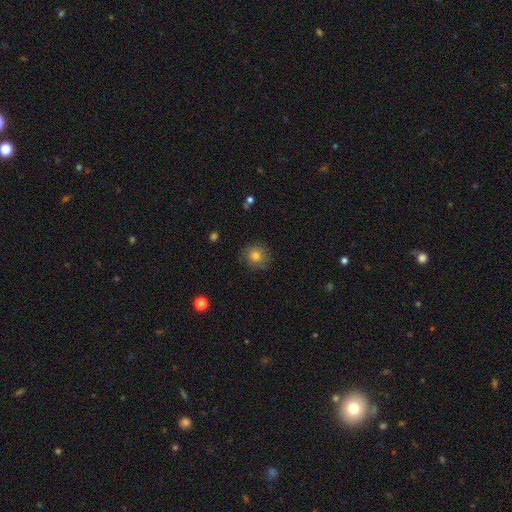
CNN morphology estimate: This is likely a smooth galaxy (75%). How rounded: clearly round (91%). Merging: clearly none (82%).